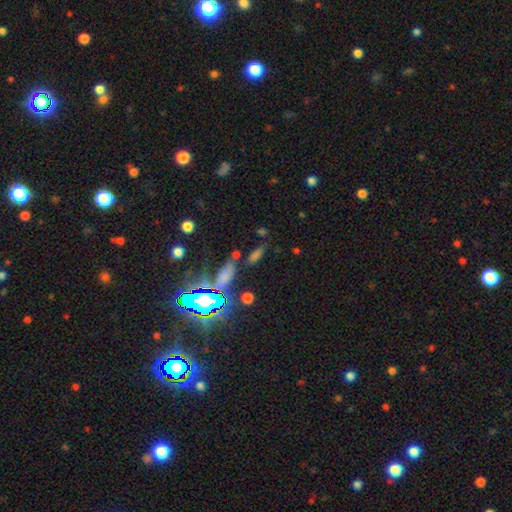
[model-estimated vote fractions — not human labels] Morphology: type=smooth (46%); merging=none (67%).